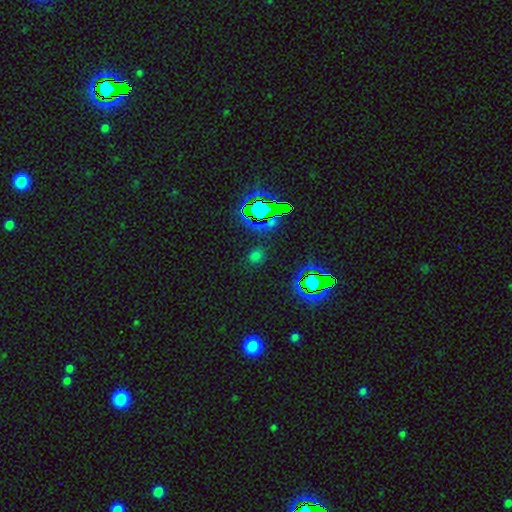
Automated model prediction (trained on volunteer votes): This appears to be a smooth galaxy with no disk features (47%, tied with star or artifact). Merging: none (87%).